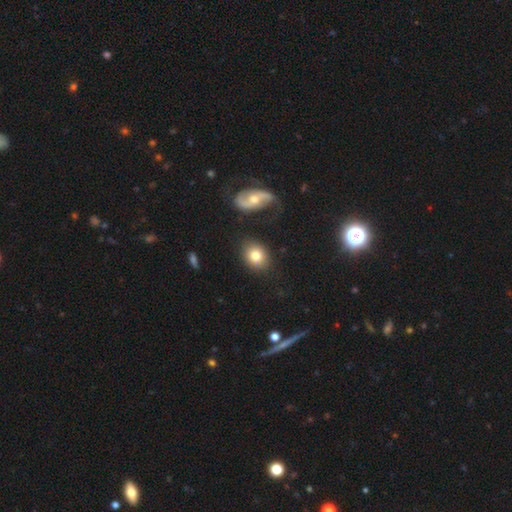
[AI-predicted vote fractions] The model was most divided on "how rounded": round: 55%, in between: 44%, cigar-shaped: 1%. More confident: merging — none (80%); smooth or featured — smooth (79%).